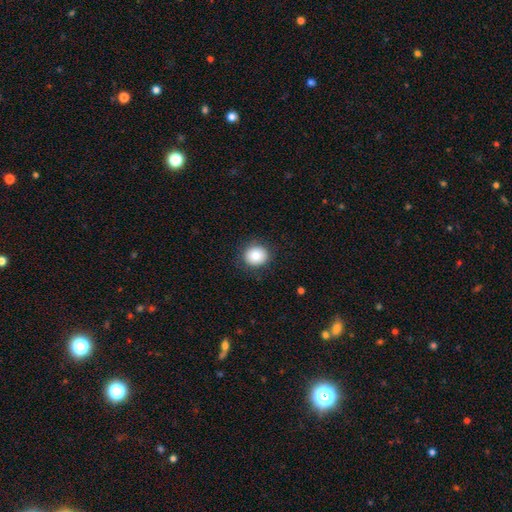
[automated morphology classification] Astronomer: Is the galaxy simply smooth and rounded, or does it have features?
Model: smooth — 84%.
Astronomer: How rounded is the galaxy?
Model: round — 81%.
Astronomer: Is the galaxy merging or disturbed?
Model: none — 88%.